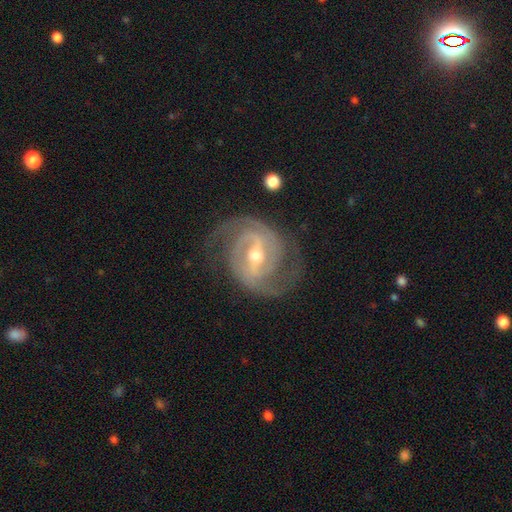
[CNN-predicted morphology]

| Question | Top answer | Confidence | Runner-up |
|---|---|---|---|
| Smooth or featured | featured or disk | 91% | star or artifact (5%) |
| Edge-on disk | no | 97% | yes (3%) |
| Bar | strong | 49% | weak (39%) |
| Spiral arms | yes | 98% | no (2%) |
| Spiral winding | tight | 51% | medium (40%) |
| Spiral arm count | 2 | 62% | 3 (19%) |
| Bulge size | moderate | 62% | small (33%) |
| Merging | none | 75% | minor disturbance (15%) |